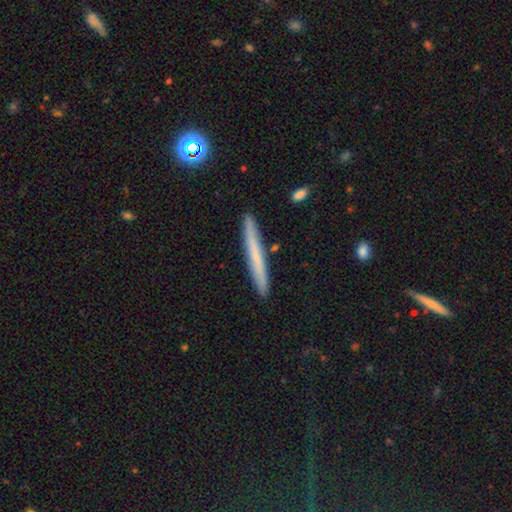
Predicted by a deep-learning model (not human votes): Q: Smooth or featured?
A: smooth (62%); runner-up: featured or disk (31%)
Q: How rounded?
A: cigar-shaped (97%); runner-up: in between (2%)
Q: Merging?
A: none (91%); runner-up: minor disturbance (6%)